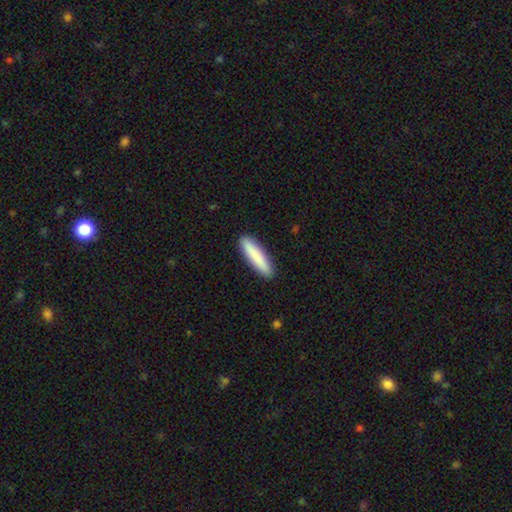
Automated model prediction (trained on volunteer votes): Smooth or featured? Predicted: smooth (p=0.85). How rounded? Predicted: cigar-shaped (p=0.86). Merging? Predicted: none (p=0.91).